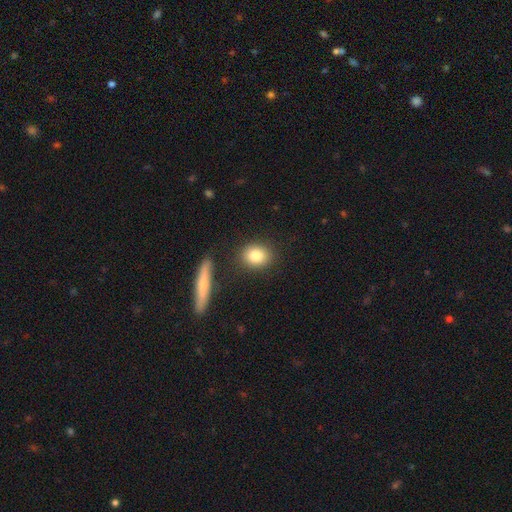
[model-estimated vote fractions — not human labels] This appears to be a smooth galaxy with no disk features (82%) that is round (61%). Merging: none (85%).